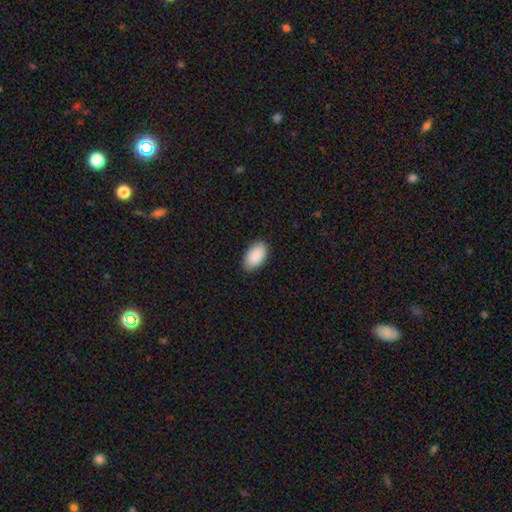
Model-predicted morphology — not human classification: Smooth or featured: smooth — 91% (star or artifact — 6%)
How rounded: in between — 96% (round — 3%)
Merging: none — 88% (minor disturbance — 9%)